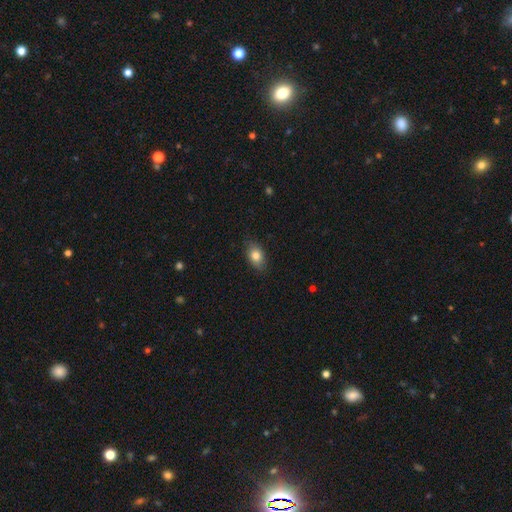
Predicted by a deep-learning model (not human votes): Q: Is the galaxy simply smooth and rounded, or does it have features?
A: smooth — 80%.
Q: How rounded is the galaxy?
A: in between — 84%.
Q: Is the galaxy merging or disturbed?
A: none — 81%.